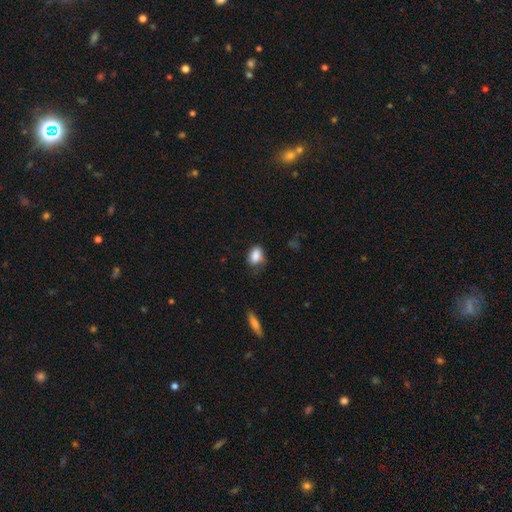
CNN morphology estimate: Smooth or featured?
  - smooth: 85% *
  - star or artifact: 8%
  - featured or disk: 7%
How rounded?
  - in between: 74% *
  - round: 24%
  - cigar-shaped: 1%
Merging?
  - none: 58% *
  - minor disturbance: 30%
  - major disturbance: 10%
  - merger: 2%